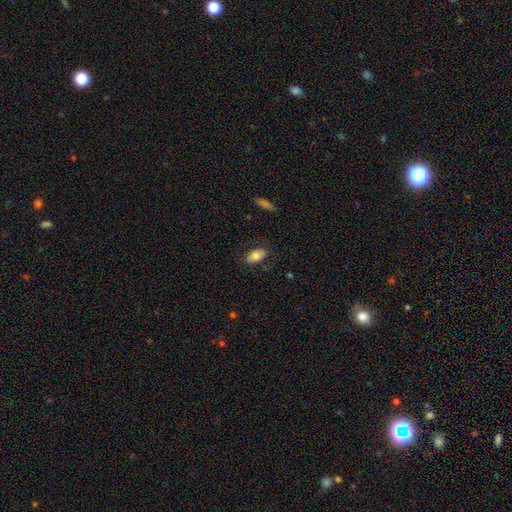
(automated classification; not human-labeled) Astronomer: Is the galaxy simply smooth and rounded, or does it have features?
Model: smooth — 74%.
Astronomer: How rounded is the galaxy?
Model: in between — 92%.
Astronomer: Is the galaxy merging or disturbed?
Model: none — 79%.